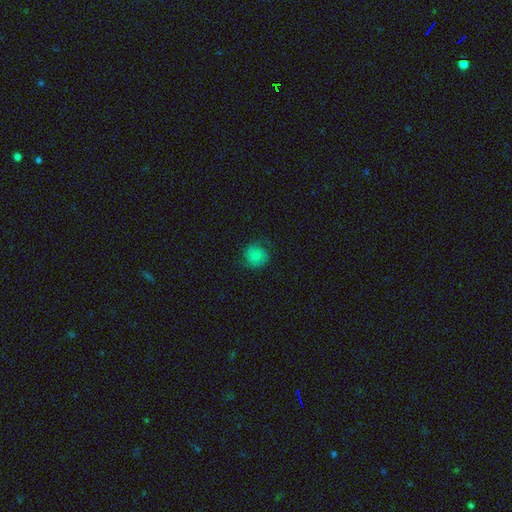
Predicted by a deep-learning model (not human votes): A smooth galaxy with no disk features (72%) that is round (85%). Merging: none (72%).